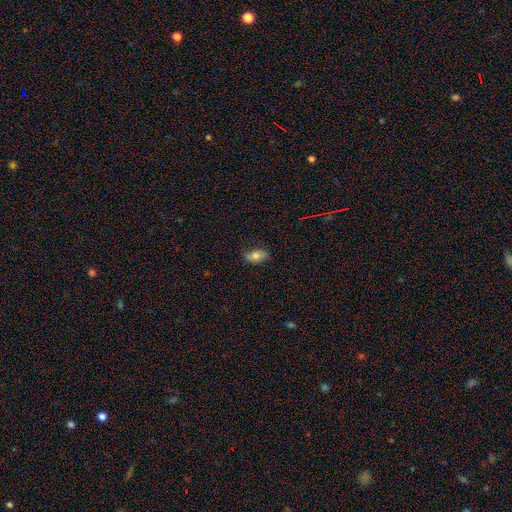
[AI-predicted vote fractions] Smooth or featured? smooth (73%)
How rounded? in between (89%)
Merging? none (79%)